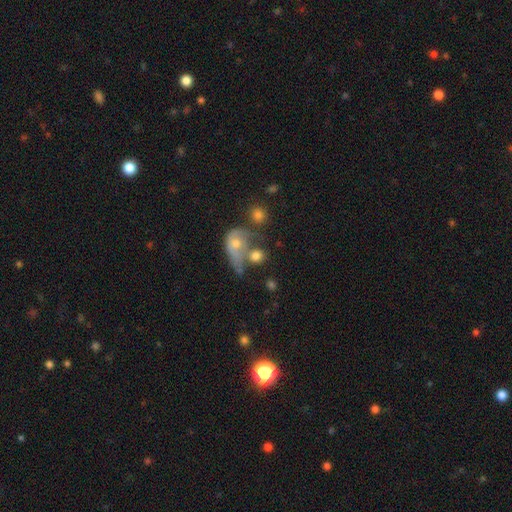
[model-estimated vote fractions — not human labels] smooth 74%, featured or disk 16%, star or artifact 10%. Down the decision tree: how rounded — round (66%); merging — merger (40%).